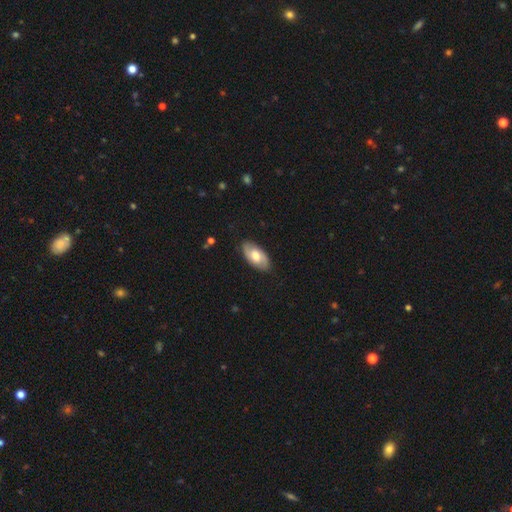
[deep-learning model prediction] A smooth galaxy with no disk features (57%) that is in between round and cigar-shaped (94%). Merging: none (86%).